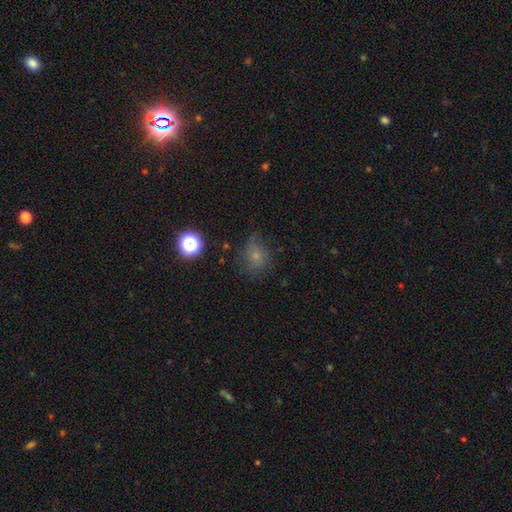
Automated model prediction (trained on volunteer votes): smooth 66%, star or artifact 20%, featured or disk 14%. Down the decision tree: how rounded — round (65%); merging — none (61%).